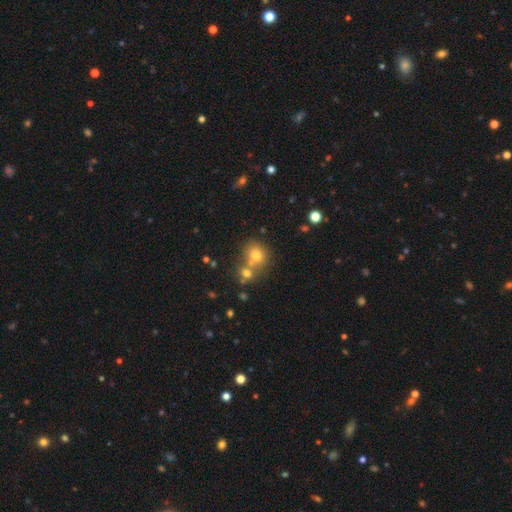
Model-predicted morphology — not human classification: The model was most divided on "merging": none: 47%, merger: 40%, minor disturbance: 9%, major disturbance: 4%. More confident: how rounded — round (72%); smooth or featured — smooth (71%).